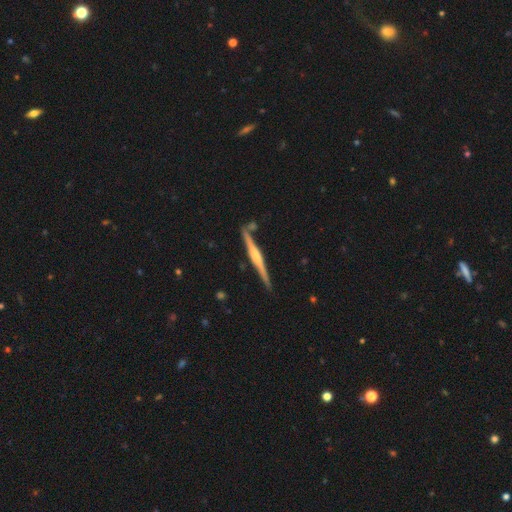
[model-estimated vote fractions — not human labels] Smooth or featured?
  - featured or disk: 75% *
  - smooth: 19%
  - star or artifact: 5%
Edge-on disk?
  - yes: 98% *
  - no: 2%
Edge-on bulge?
  - rounded: 74% *
  - boxy: 14%
  - none: 11%
Merging?
  - none: 82% *
  - minor disturbance: 11%
  - merger: 5%
  - major disturbance: 2%